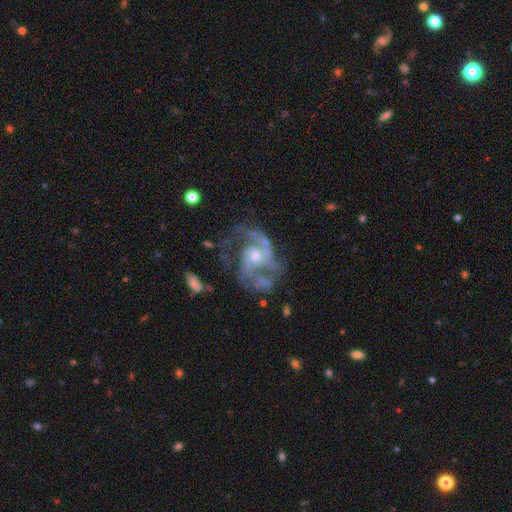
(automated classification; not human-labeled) This appears to be a featured or disk galaxy (89%) with no bar (68%), 2 (54%) medium (54%) spiral arms (95%) and a small central bulge (51%). Merging: none (53%).